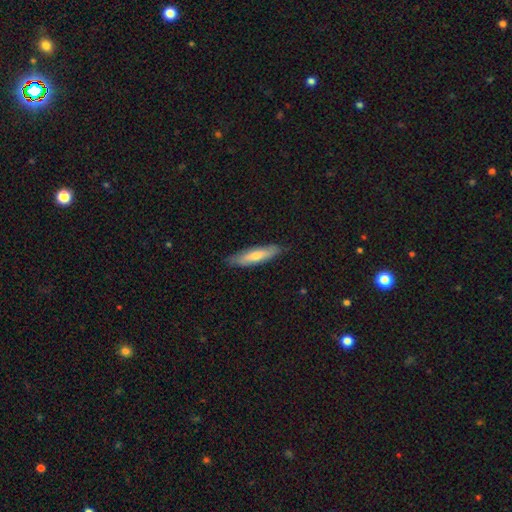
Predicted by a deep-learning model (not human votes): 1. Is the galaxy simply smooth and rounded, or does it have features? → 61% smooth, 33% featured or disk, 6% star or artifact.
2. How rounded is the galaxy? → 74% cigar-shaped, 24% in between, 2% round.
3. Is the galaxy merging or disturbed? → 83% none, 14% minor disturbance, 2% major disturbance, 1% merger.